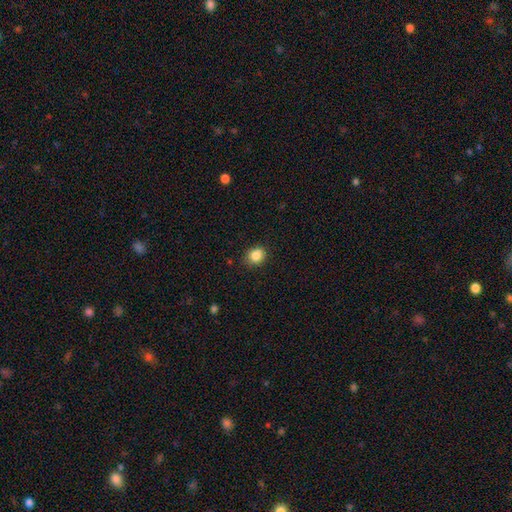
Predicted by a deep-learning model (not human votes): Smooth or featured? smooth (85%)
How rounded? round (67%)
Merging? none (83%)